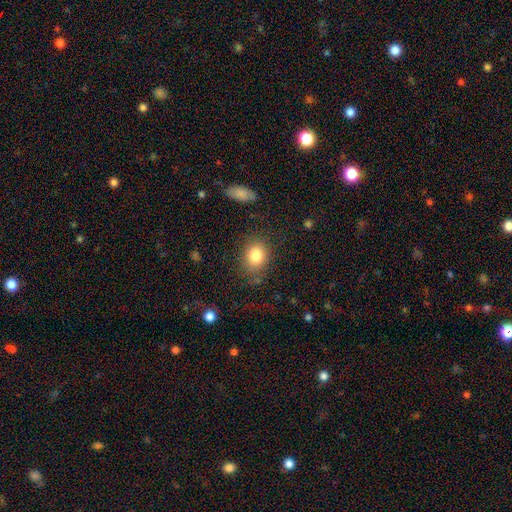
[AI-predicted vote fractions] A smooth galaxy with no disk features (82%) that is round (59%).

Vote fractions:
- Smooth or featured? smooth: 82% / star or artifact: 9% / featured or disk: 9%
- How rounded? round: 59% / in between: 40% / cigar-shaped: 1%
- Merging? none: 80% / minor disturbance: 13% / major disturbance: 5% / merger: 2%